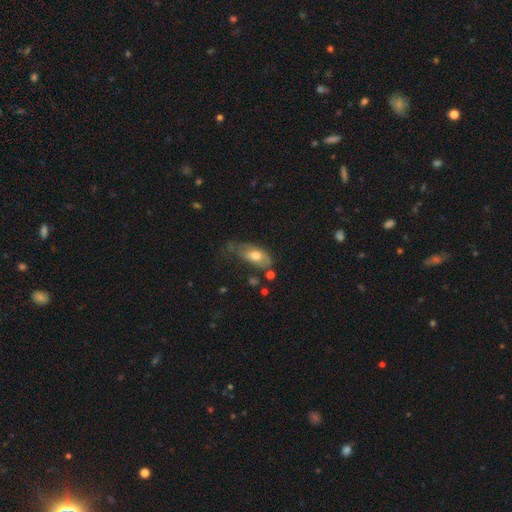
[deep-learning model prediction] Overall: smooth (65%; featured or disk 28%). How rounded: in between (88%). Merging: none (38%; minor disturbance 35%).